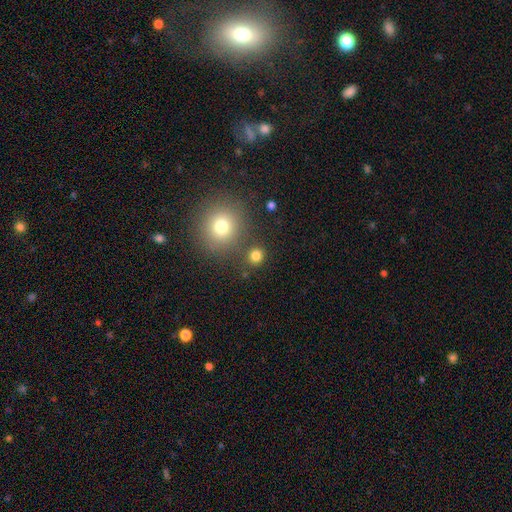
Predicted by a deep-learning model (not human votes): Smooth or featured? Predicted: smooth (p=0.80). How rounded? Predicted: round (p=0.83). Merging? Predicted: none (p=0.80).